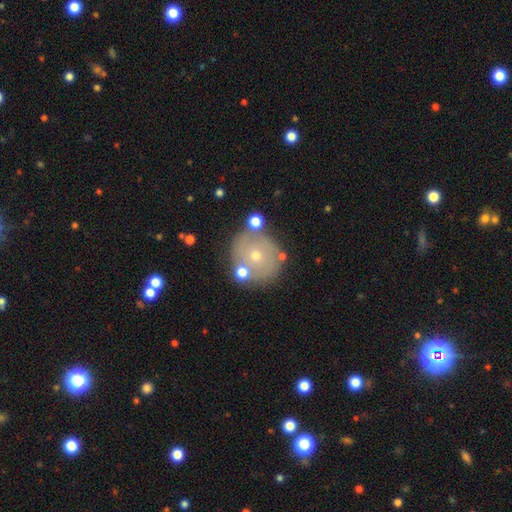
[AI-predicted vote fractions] A smooth galaxy with no disk features (45%).

Vote fractions:
- Smooth or featured? smooth: 45% / featured or disk: 42% / star or artifact: 13%
- Merging? none: 74% / minor disturbance: 12% / merger: 9% / major disturbance: 5%